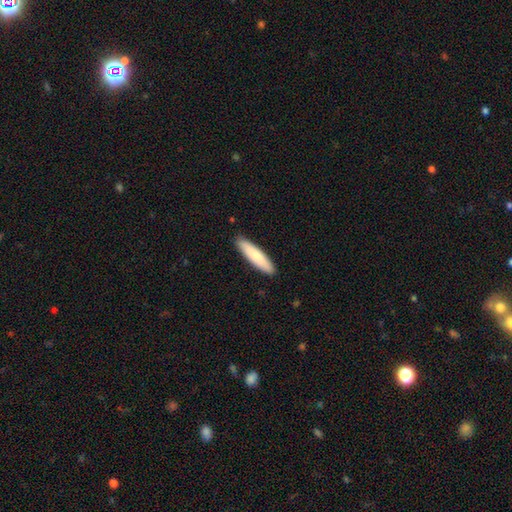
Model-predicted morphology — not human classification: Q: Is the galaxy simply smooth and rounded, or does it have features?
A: smooth — 81%.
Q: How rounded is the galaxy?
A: cigar-shaped — 78%.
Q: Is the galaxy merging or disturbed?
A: none — 90%.